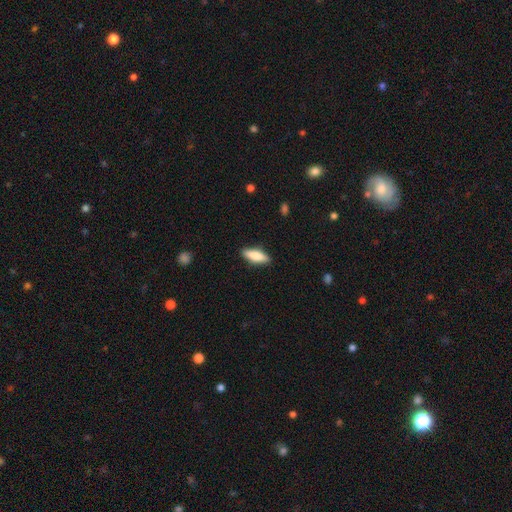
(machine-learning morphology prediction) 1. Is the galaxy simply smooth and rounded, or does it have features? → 78% smooth, 16% featured or disk, 6% star or artifact.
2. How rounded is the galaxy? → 55% in between, 43% cigar-shaped, 2% round.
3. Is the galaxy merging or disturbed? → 88% none, 9% minor disturbance, 2% major disturbance, 1% merger.